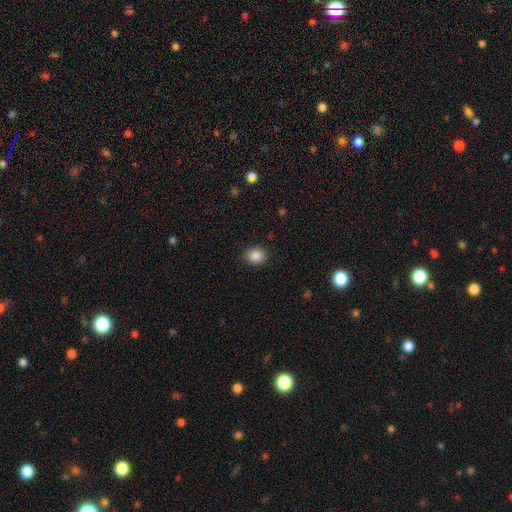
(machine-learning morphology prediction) Smooth or featured? smooth (87%)
How rounded? round (69%)
Merging? none (88%)